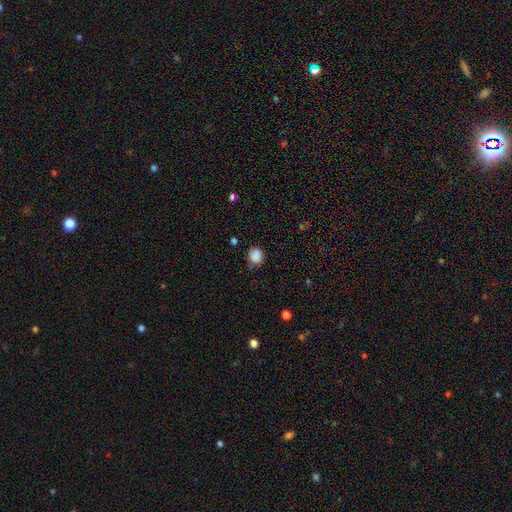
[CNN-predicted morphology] The model was most divided on "merging": none: 69%, minor disturbance: 24%, major disturbance: 5%, merger: 2%. More confident: smooth or featured — smooth (86%); how rounded — round (80%).